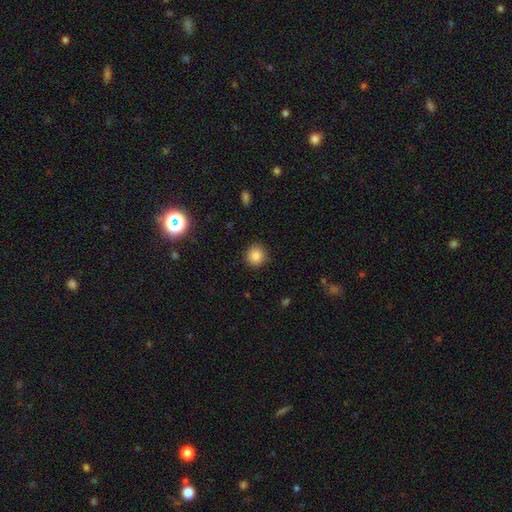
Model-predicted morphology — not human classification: The model was most divided on "smooth or featured": smooth: 85%, star or artifact: 11%, featured or disk: 5%. More confident: how rounded — round (92%); merging — none (90%).